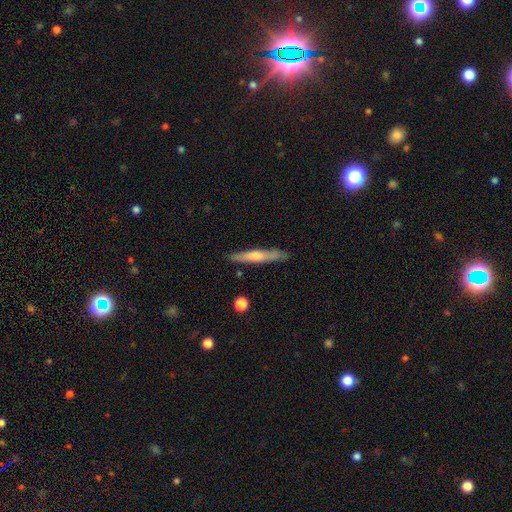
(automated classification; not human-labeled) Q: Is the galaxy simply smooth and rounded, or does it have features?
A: featured or disk — 56%.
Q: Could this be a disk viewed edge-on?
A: yes — 94%.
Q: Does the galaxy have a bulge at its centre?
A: rounded — 71%.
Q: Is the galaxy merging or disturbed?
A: none — 89%.